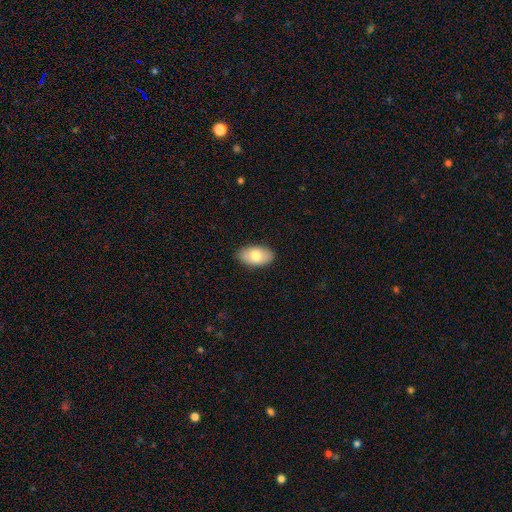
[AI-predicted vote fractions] Smooth or featured?
  - smooth: 78% *
  - featured or disk: 16%
  - star or artifact: 6%
How rounded?
  - in between: 94% *
  - round: 4%
  - cigar-shaped: 2%
Merging?
  - none: 88% *
  - minor disturbance: 9%
  - major disturbance: 2%
  - merger: 1%